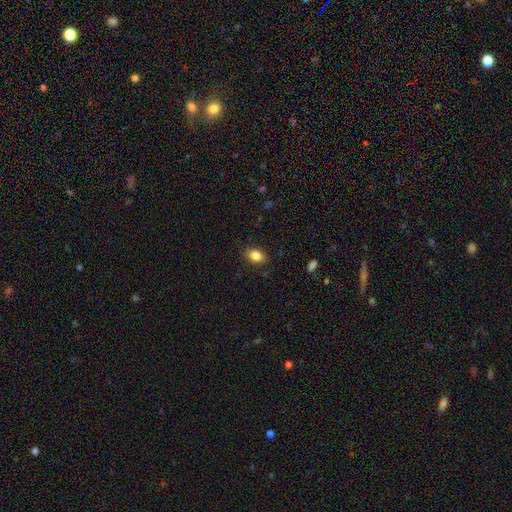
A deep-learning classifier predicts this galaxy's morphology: smooth-or-featured: smooth: 85% | star or artifact: 9% | featured or disk: 6%
  how-rounded: in between: 76% | round: 23% | cigar-shaped: 1%
  merging: none: 86% | minor disturbance: 10% | major disturbance: 2% | merger: 1%